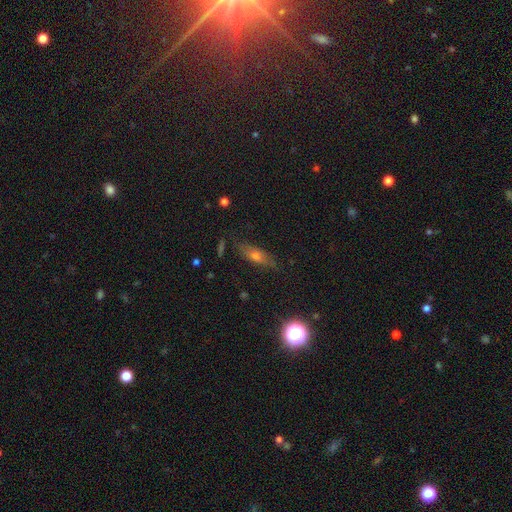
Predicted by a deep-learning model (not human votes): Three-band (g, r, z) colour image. It shows a smooth galaxy with no disk features (45%). Merging: none (79%).